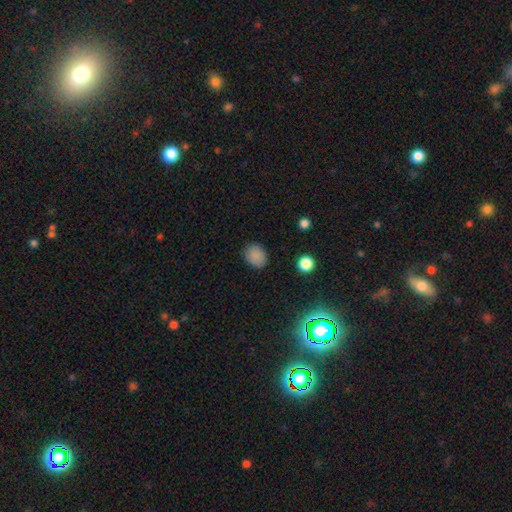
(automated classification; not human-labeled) The model was most divided on "how rounded" (2-way tie): in between: 50%, round: 50%, cigar-shaped: 1%. More confident: smooth or featured — smooth (85%); merging — none (85%).